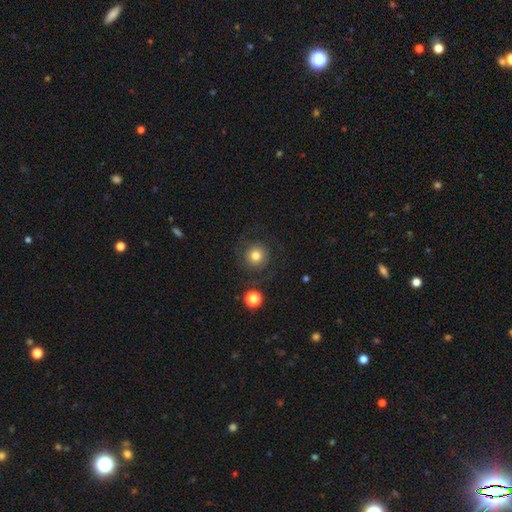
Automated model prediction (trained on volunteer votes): A smooth galaxy with no disk features (72%) that is round (94%).

Vote fractions:
- Smooth or featured? smooth: 72% / featured or disk: 17% / star or artifact: 11%
- How rounded? round: 94% / in between: 5% / cigar-shaped: 1%
- Merging? none: 78% / minor disturbance: 11% / major disturbance: 9% / merger: 2%